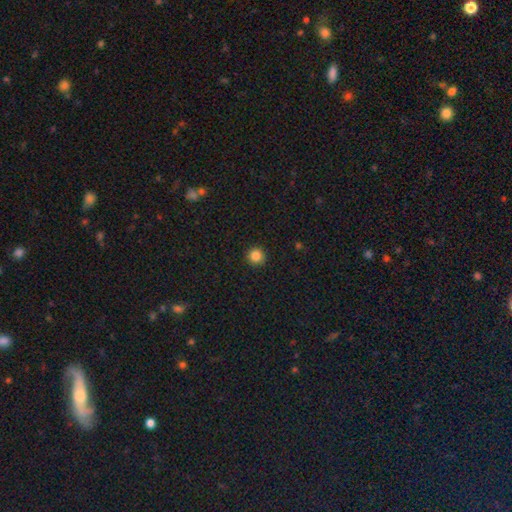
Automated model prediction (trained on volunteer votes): Smooth or featured?
  - smooth: 85% *
  - star or artifact: 12%
  - featured or disk: 4%
How rounded?
  - round: 95% *
  - in between: 4%
  - cigar-shaped: 1%
Merging?
  - none: 92% *
  - minor disturbance: 5%
  - major disturbance: 2%
  - merger: 1%